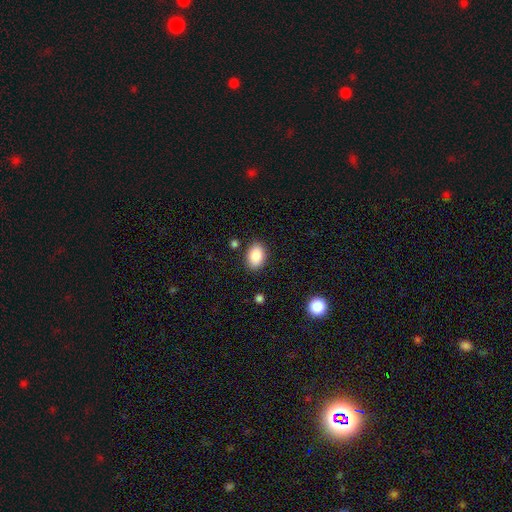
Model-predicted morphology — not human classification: Overall: smooth (86%). How rounded: in between (81%). Merging: none (85%).